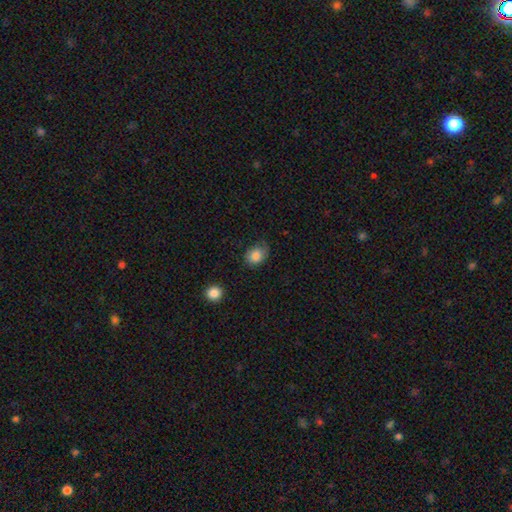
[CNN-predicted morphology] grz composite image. It shows a smooth galaxy with no disk features (83%) that is in between round and cigar-shaped (61%). Merging: none (58%).